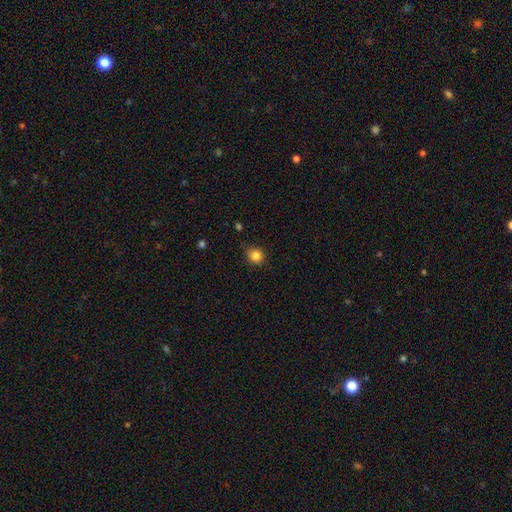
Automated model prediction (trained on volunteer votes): This appears to be a smooth galaxy with no disk features (84%) that is round (90%). Merging: none (79%).